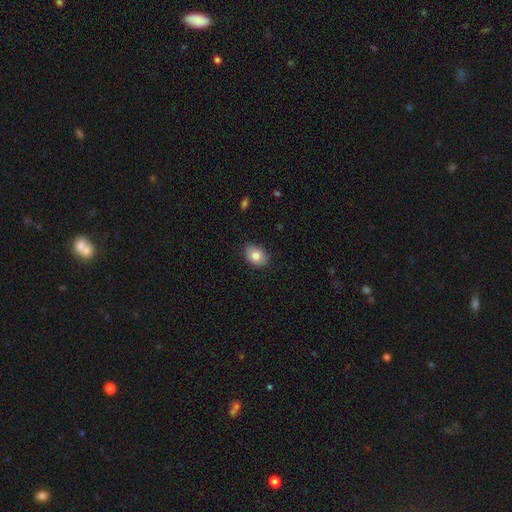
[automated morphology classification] smooth_or_featured: smooth (p=0.81) [alt: featured or disk p=0.11]
how_rounded: in between (p=0.73) [alt: round p=0.26]
merging: none (p=0.86) [alt: minor disturbance p=0.11]